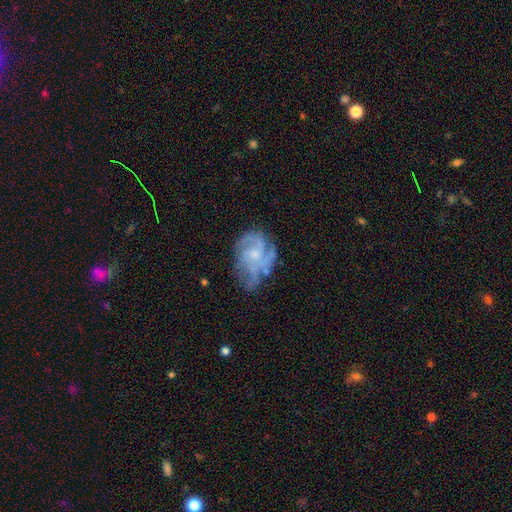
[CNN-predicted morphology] smooth_or_featured: featured or disk (p=0.79) [alt: smooth p=0.14]
disk_edge_on: no (p=0.98) [alt: yes p=0.02]
bar: no (p=0.71) [alt: weak p=0.25]
has_spiral_arms: yes (p=0.87) [alt: no p=0.13]
spiral_winding: medium (p=0.43) [alt: tight p=0.41]
spiral_arm_count: can't tell (p=0.29) [tied with: 3 p=0.29]
bulge_size: small (p=0.51) [alt: moderate p=0.32]
merging: none (p=0.53) [alt: minor disturbance p=0.26]